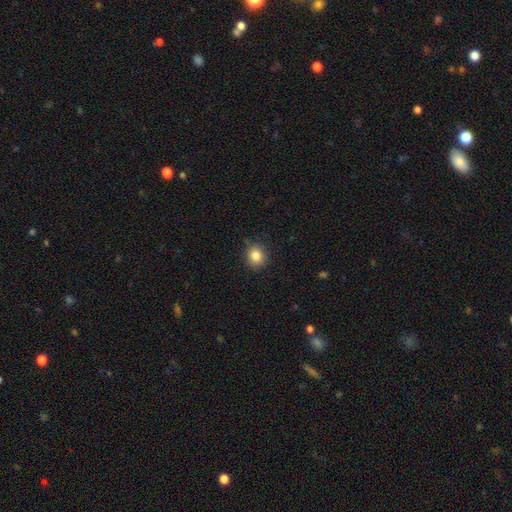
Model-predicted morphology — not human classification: This is clearly a smooth galaxy (84%). How rounded: clearly round (82%). Merging: clearly none (88%).